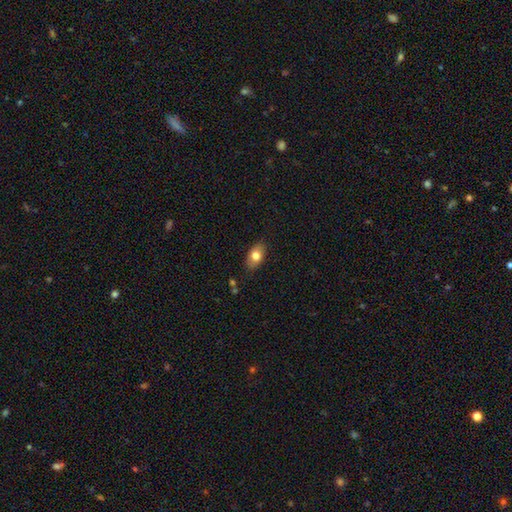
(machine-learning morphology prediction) Overall: smooth (77%). How rounded: in between (87%). Merging: none (83%).